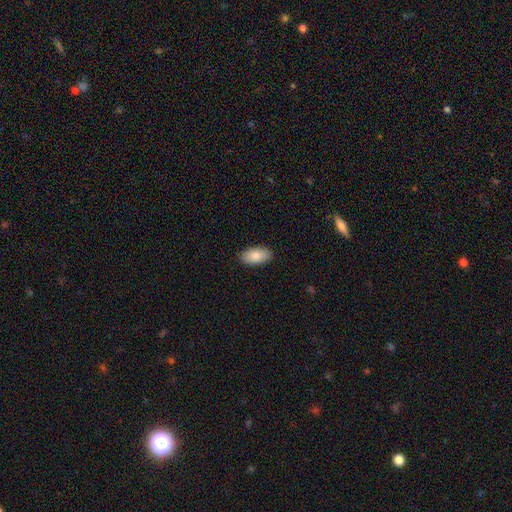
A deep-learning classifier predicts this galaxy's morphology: smooth_or_featured: smooth (p=0.87) [alt: featured or disk p=0.07]
how_rounded: in between (p=0.95) [alt: cigar-shaped p=0.03]
merging: none (p=0.89) [alt: minor disturbance p=0.08]